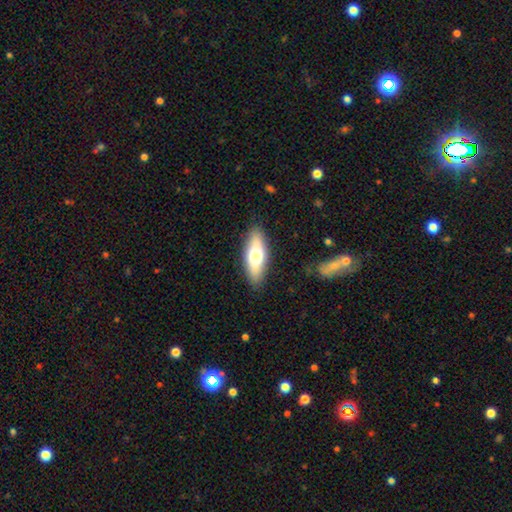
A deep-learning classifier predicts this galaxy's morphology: Smooth or featured?
  - smooth: 61% *
  - featured or disk: 33%
  - star or artifact: 6%
How rounded?
  - in between: 62% *
  - cigar-shaped: 36%
  - round: 3%
Merging?
  - none: 87% *
  - minor disturbance: 9%
  - major disturbance: 2%
  - merger: 1%